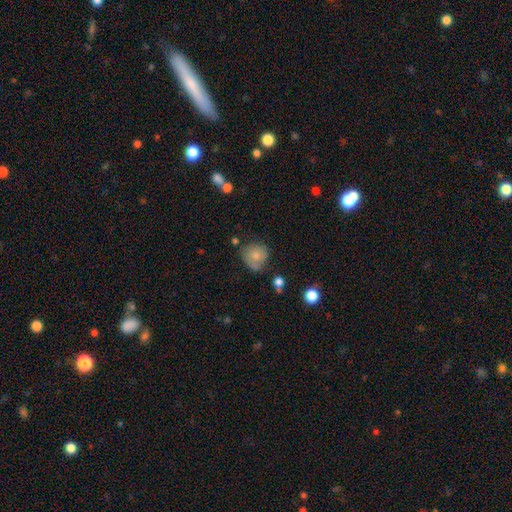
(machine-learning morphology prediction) A smooth galaxy with no disk features (70%) that is round (80%). Merging: none (56%).